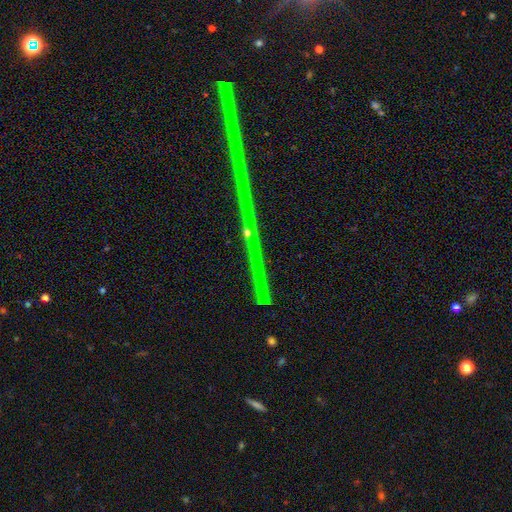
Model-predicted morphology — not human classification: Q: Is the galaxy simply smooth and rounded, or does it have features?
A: star or artifact — 73%.